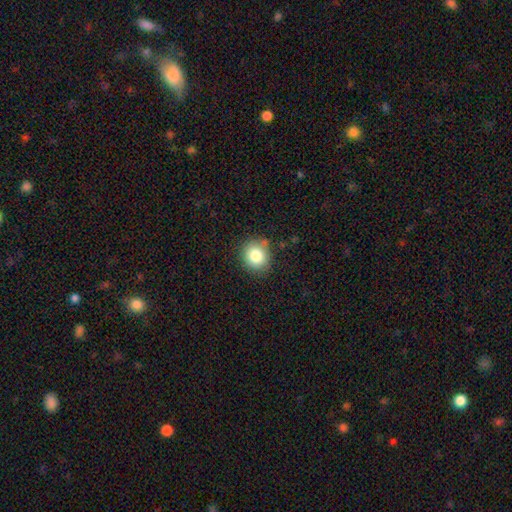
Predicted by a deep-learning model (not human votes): A smooth galaxy with no disk features (83%) that is round (81%).

Vote fractions:
- Smooth or featured? smooth: 83% / star or artifact: 10% / featured or disk: 7%
- How rounded? round: 81% / in between: 18% / cigar-shaped: 1%
- Merging? none: 82% / minor disturbance: 12% / major disturbance: 3% / merger: 2%